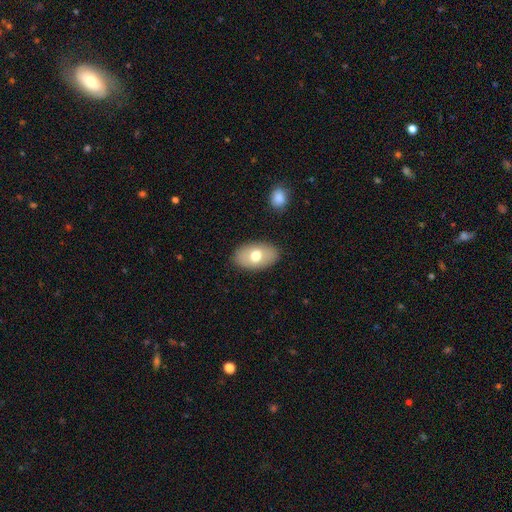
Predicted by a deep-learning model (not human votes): This appears to be a smooth galaxy with no disk features (69%) that is in between round and cigar-shaped (92%). Merging: none (87%).